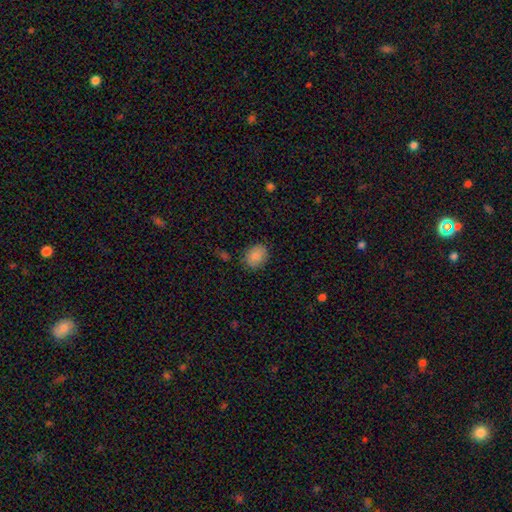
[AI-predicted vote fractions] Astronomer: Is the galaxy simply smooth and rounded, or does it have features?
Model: smooth — 88%.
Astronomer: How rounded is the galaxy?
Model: in between — 58% (runner-up: round, 41%).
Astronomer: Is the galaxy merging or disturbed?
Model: none — 81%.